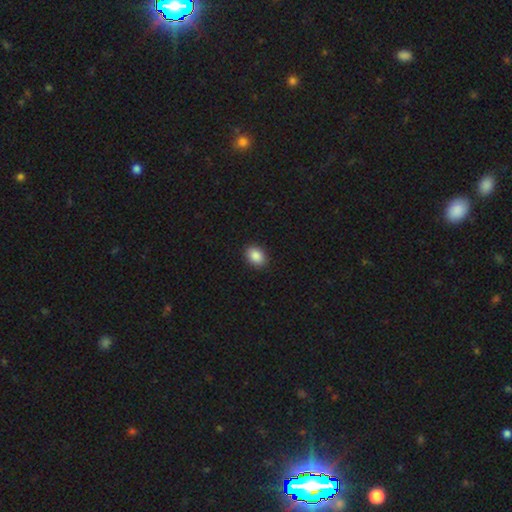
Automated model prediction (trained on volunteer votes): A smooth galaxy with no disk features (88%) that is in between round and cigar-shaped (72%).

Vote fractions:
- Smooth or featured? smooth: 88% / star or artifact: 8% / featured or disk: 4%
- How rounded? in between: 72% / round: 27% / cigar-shaped: 1%
- Merging? none: 90% / minor disturbance: 7% / major disturbance: 2% / merger: 1%